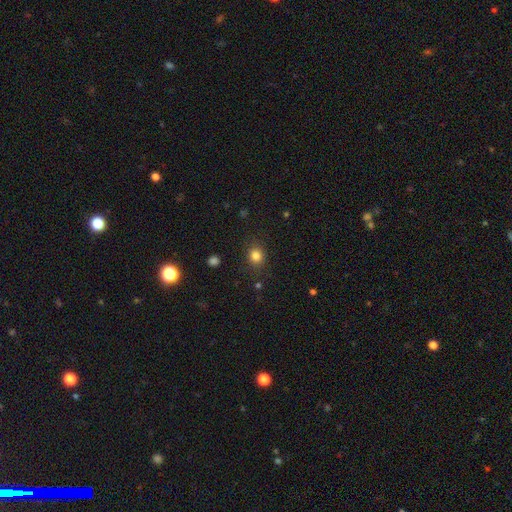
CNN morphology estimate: type=smooth (83%); roundness=round (72%); merging=none (86%).